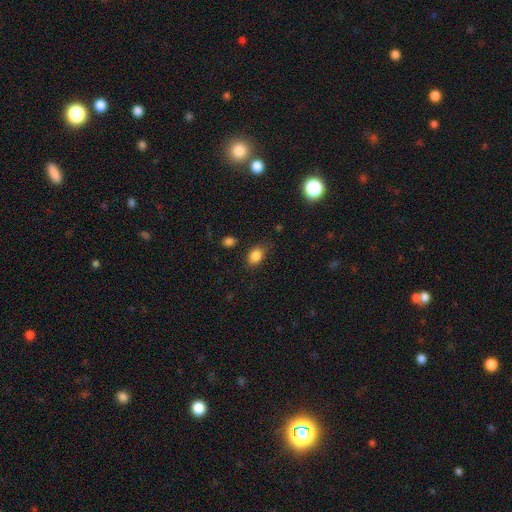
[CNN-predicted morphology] The model was most divided on "how rounded": in between: 68%, round: 31%, cigar-shaped: 1%. More confident: smooth or featured — smooth (84%); merging — none (74%).